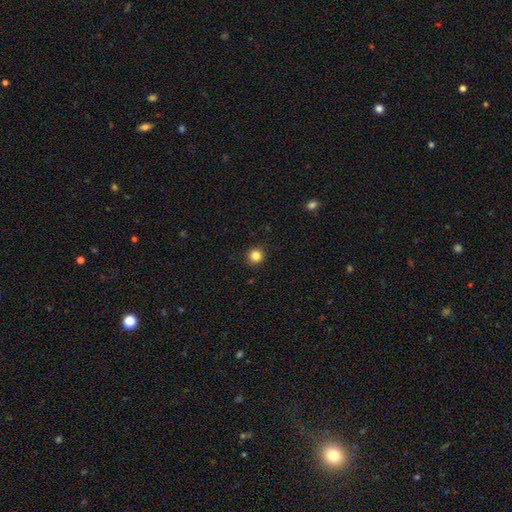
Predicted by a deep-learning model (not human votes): Smooth or featured? Predicted: smooth (p=0.84). How rounded? Predicted: round (p=0.93). Merging? Predicted: none (p=0.92).